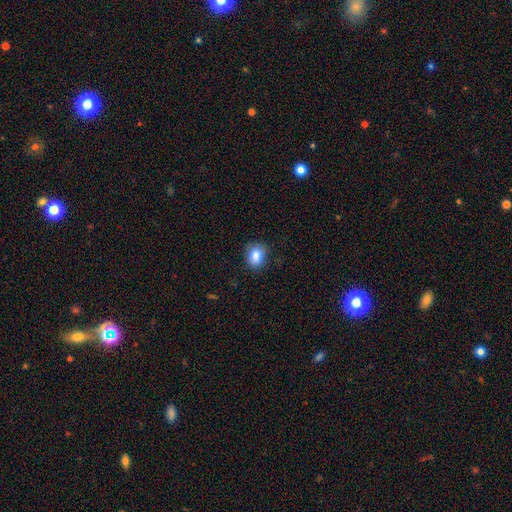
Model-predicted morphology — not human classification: A smooth galaxy with no disk features (85%) that is in between round and cigar-shaped (54%). Merging: none (78%).